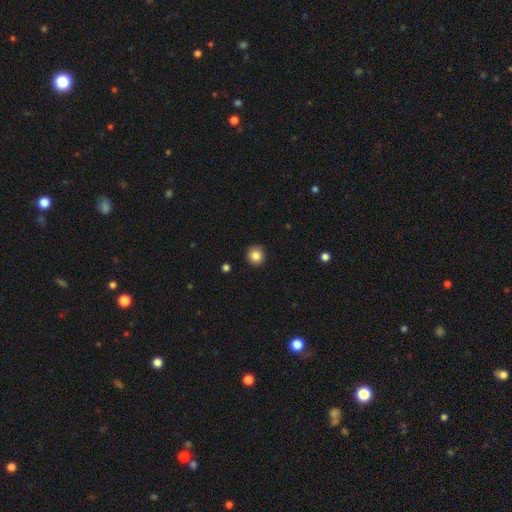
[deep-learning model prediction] Q: Smooth or featured?
A: smooth (85%); runner-up: star or artifact (10%)
Q: How rounded?
A: round (95%); runner-up: in between (4%)
Q: Merging?
A: none (92%); runner-up: minor disturbance (5%)